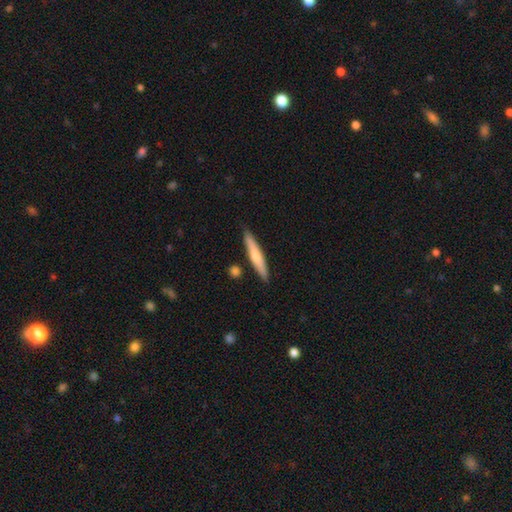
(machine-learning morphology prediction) Q: Smooth or featured?
A: smooth (60%); runner-up: featured or disk (35%)
Q: How rounded?
A: cigar-shaped (92%); runner-up: in between (6%)
Q: Merging?
A: none (85%); runner-up: minor disturbance (10%)